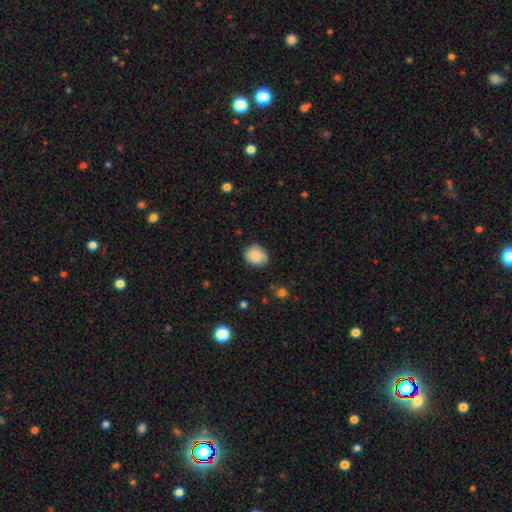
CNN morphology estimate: Smooth or featured? Predicted: smooth (p=0.84). How rounded? Predicted: round (p=0.64). Merging? Predicted: none (p=0.77).